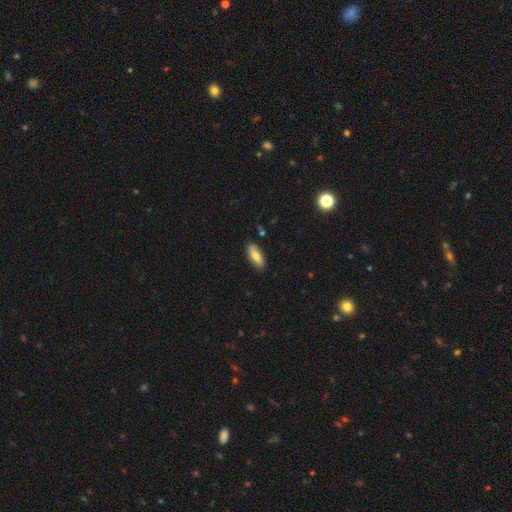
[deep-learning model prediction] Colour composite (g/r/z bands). It shows a smooth galaxy with no disk features (73%) that is in between round and cigar-shaped (77%). Merging: none (87%).